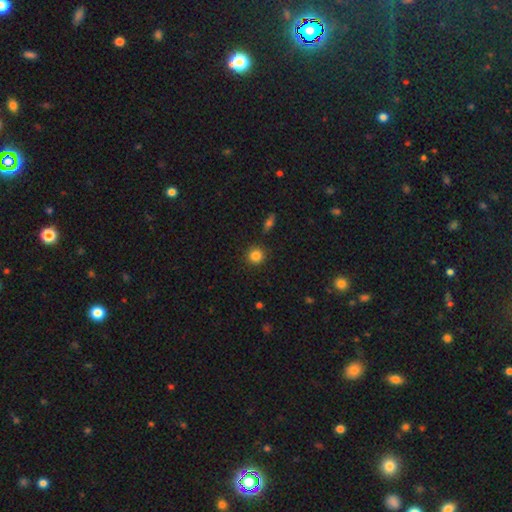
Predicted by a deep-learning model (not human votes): smooth_or_featured: smooth (p=0.84) [alt: star or artifact p=0.11]
how_rounded: round (p=0.93) [alt: in between p=0.06]
merging: none (p=0.89) [alt: minor disturbance p=0.07]